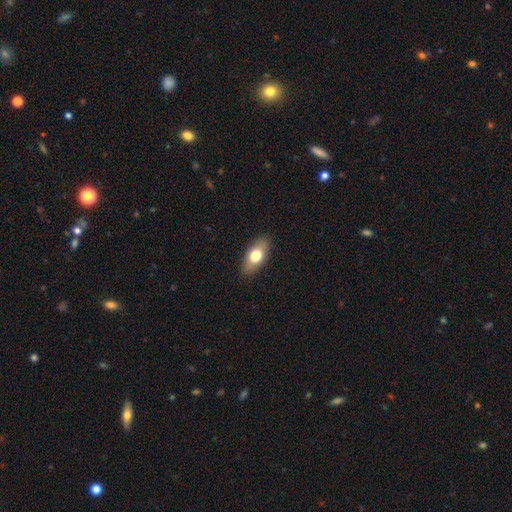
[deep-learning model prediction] A smooth galaxy with no disk features (70%) that is in between round and cigar-shaped (87%).

Vote fractions:
- Smooth or featured? smooth: 70% / featured or disk: 23% / star or artifact: 7%
- How rounded? in between: 87% / cigar-shaped: 9% / round: 5%
- Merging? none: 88% / minor disturbance: 9% / major disturbance: 2% / merger: 1%